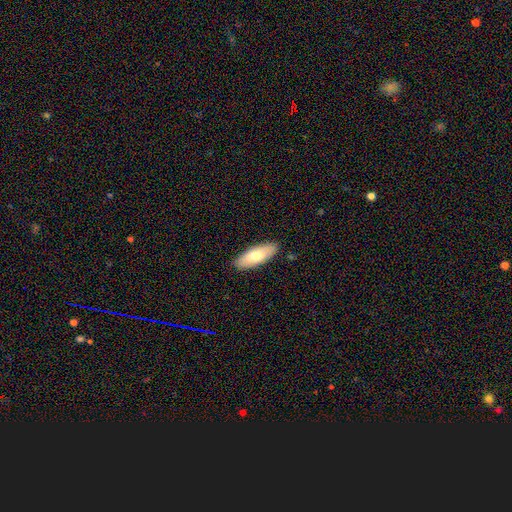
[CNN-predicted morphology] This appears to be a smooth galaxy with no disk features (74%) that is in between round and cigar-shaped (70%). Merging: none (89%).